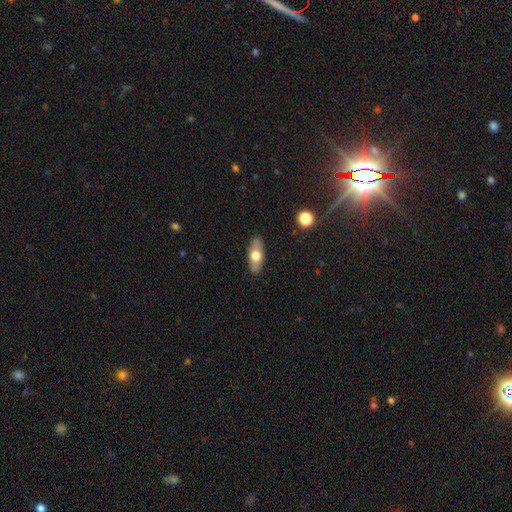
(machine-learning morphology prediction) Smooth or featured: smooth — 62% (featured or disk — 32%)
How rounded: in between — 80% (cigar-shaped — 16%)
Merging: none — 87% (minor disturbance — 10%)